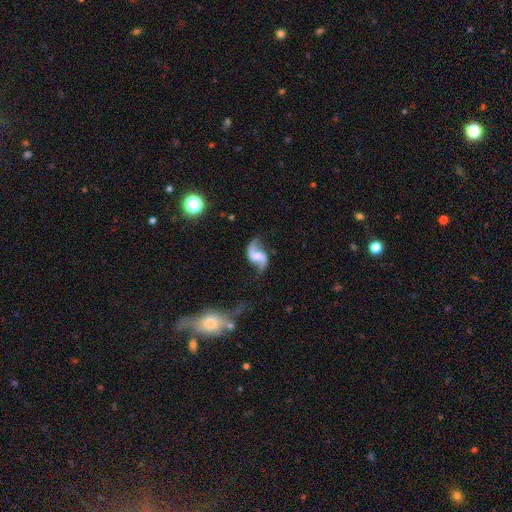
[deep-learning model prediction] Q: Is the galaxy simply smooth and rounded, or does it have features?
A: featured or disk — 88%.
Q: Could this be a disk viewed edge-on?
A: no — 98%.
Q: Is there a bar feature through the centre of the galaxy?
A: weak — 44%.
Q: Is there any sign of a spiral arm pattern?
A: yes — 97%.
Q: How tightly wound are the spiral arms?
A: loose — 77%.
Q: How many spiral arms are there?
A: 2 — 94%.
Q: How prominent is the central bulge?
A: small — 31%, tied with none.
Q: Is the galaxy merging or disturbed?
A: none — 73%.